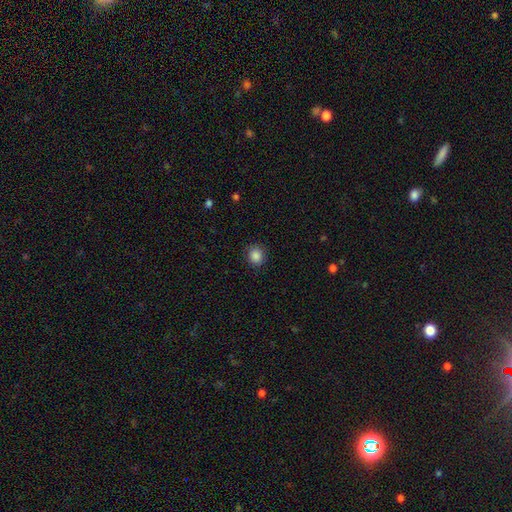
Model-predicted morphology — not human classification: Smooth or featured?
  - smooth: 87% *
  - star or artifact: 10%
  - featured or disk: 3%
How rounded?
  - round: 81% *
  - in between: 18%
  - cigar-shaped: 1%
Merging?
  - none: 88% *
  - minor disturbance: 9%
  - major disturbance: 2%
  - merger: 1%